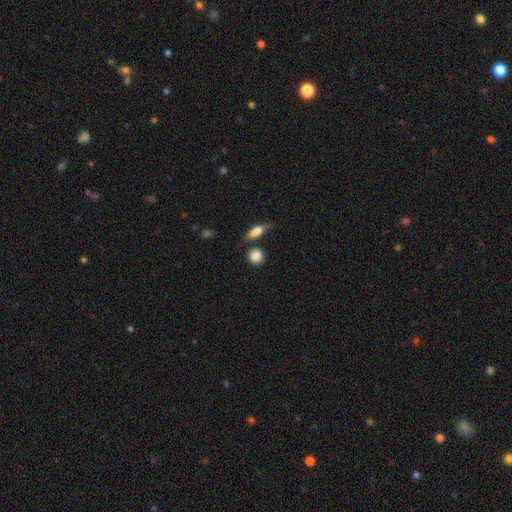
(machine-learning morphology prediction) This appears to be a smooth galaxy with no disk features (87%) that is round (81%). Merging: none (69%).